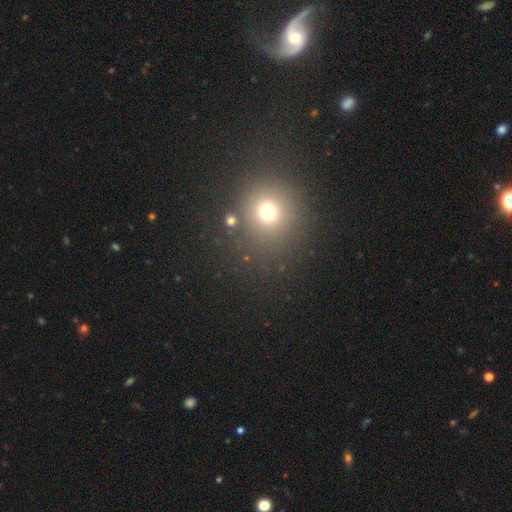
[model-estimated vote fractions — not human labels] Overall: smooth (56%; star or artifact 31%). How rounded: round (89%). Merging: none (79%).